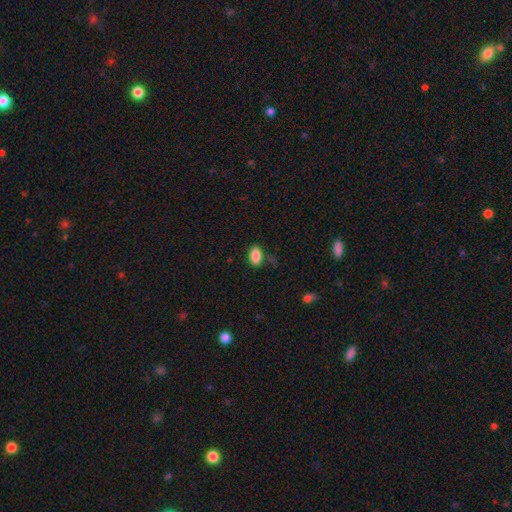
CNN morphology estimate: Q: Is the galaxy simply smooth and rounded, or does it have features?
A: smooth — 87%.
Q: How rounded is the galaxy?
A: in between — 92%.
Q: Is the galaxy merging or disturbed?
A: none — 78%.